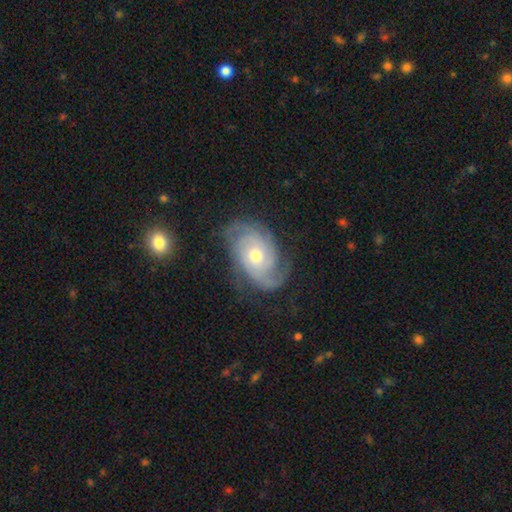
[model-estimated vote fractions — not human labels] A featured or disk galaxy (88%) with no bar (77%), 3 (33%) tight (61%) spiral arms (97%) and a moderate central bulge (65%). Merging: none (75%).